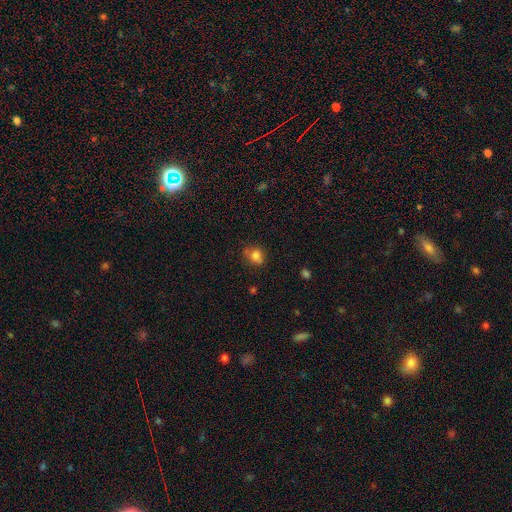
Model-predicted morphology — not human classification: Smooth or featured: smooth — 79% (star or artifact — 12%)
How rounded: round — 61% (in between — 38%)
Merging: none — 65% (minor disturbance — 24%)